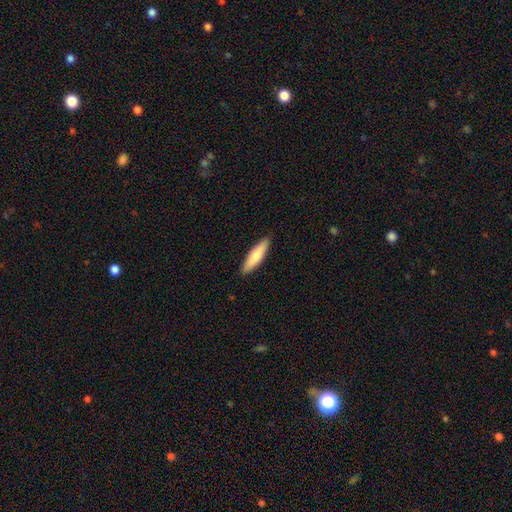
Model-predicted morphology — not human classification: A smooth galaxy with no disk features (74%) that is cigar-shaped (72%). Merging: none (90%).